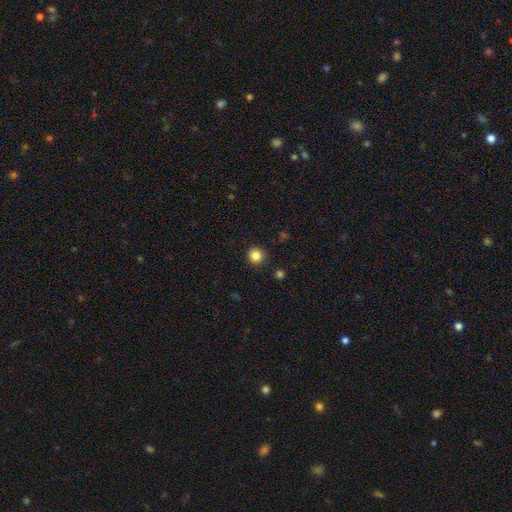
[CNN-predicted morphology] smooth_or_featured: smooth (p=0.84) [alt: star or artifact p=0.11]
how_rounded: round (p=0.90) [alt: in between p=0.09]
merging: none (p=0.90) [alt: minor disturbance p=0.07]